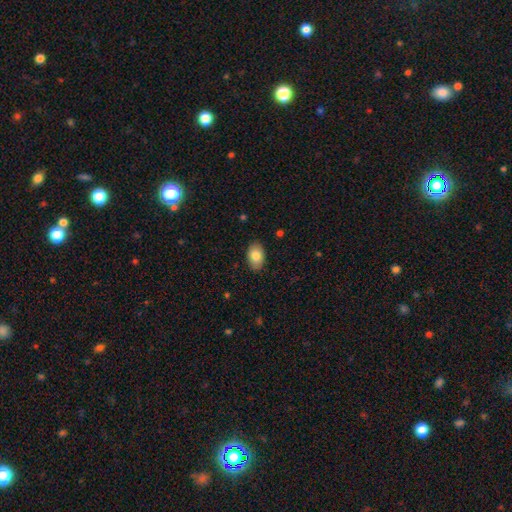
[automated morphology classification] Q: Smooth or featured?
A: smooth (83%); runner-up: featured or disk (10%)
Q: How rounded?
A: in between (89%); runner-up: round (10%)
Q: Merging?
A: none (88%); runner-up: minor disturbance (9%)